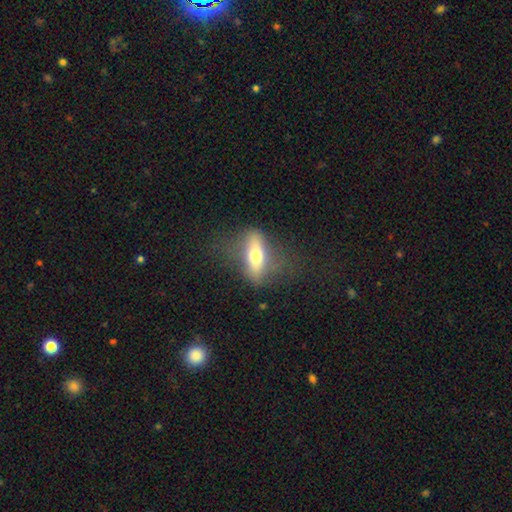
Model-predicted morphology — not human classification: The model was most divided on "smooth or featured": smooth: 49%, featured or disk: 43%, star or artifact: 8%. More confident: merging — none (68%).